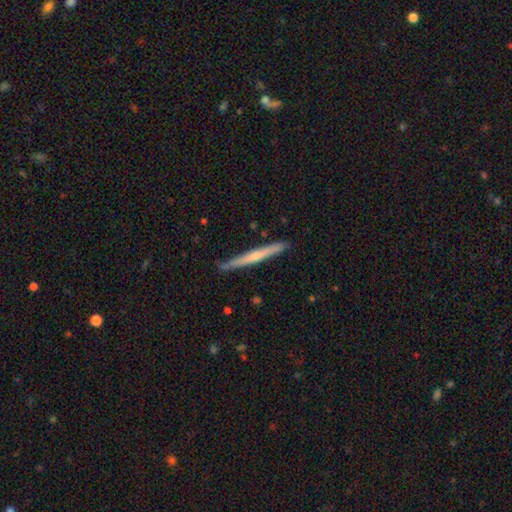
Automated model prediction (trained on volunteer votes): Overall: featured or disk (52%; smooth 42%). Edge-on disk: yes (97%). Edge-on bulge: none (51%; rounded 43%). Merging: none (88%).